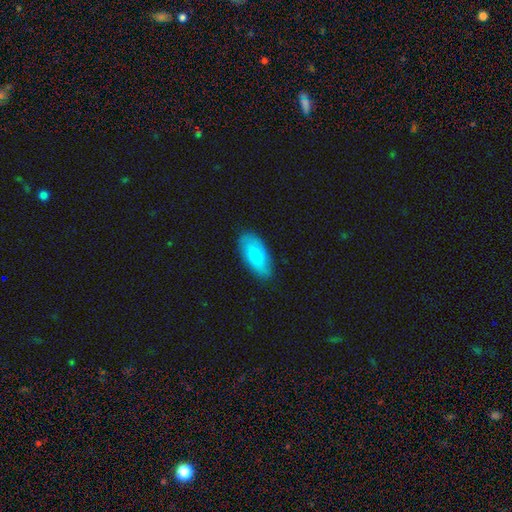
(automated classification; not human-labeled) A smooth galaxy with no disk features (81%) that is in between round and cigar-shaped (90%). Merging: none (82%).